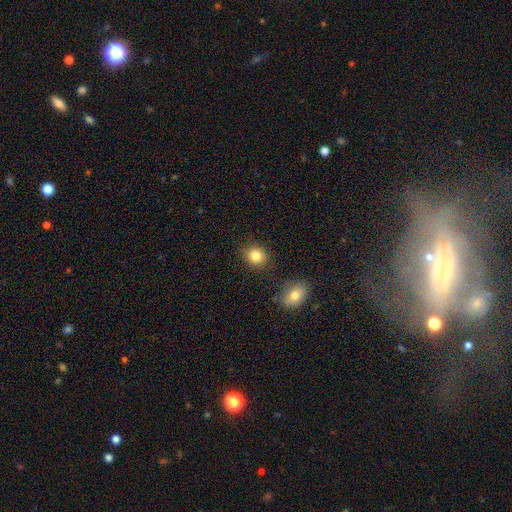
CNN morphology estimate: smooth_or_featured: smooth (p=0.83) [alt: star or artifact p=0.10]
how_rounded: round (p=0.75) [alt: in between p=0.24]
merging: none (p=0.84) [alt: minor disturbance p=0.10]